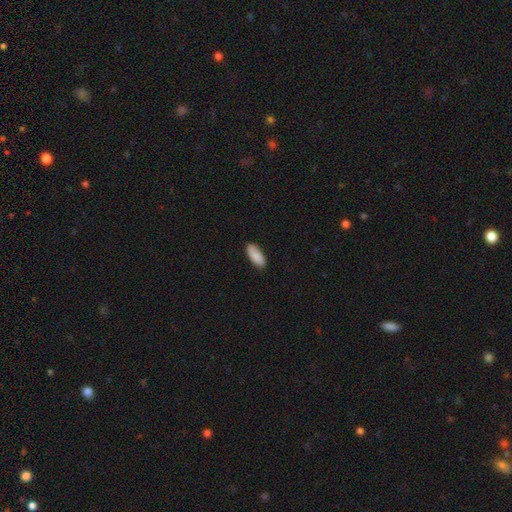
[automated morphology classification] smooth 87%, featured or disk 7%, star or artifact 6%. Down the decision tree: how rounded — in between (83%); merging — none (85%).